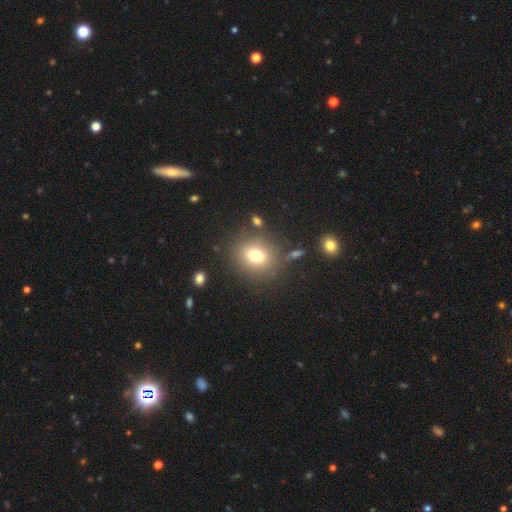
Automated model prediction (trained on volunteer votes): Smooth or featured? smooth (74%)
How rounded? round (67%)
Merging? none (80%)